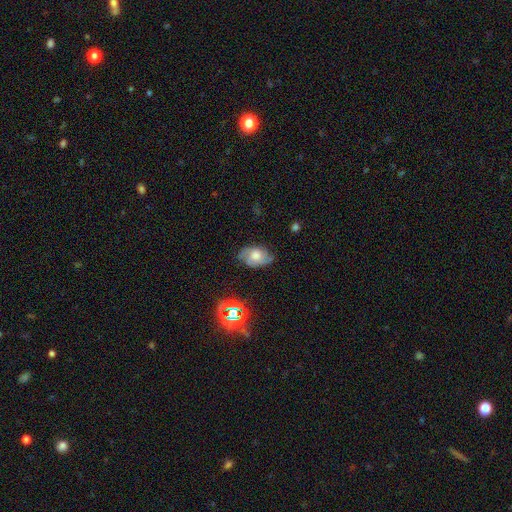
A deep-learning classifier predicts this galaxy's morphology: This is possibly a featured or disk galaxy (57%). It is clearly not viewed edge-on (95%). Bar: likely no (73%). Spiral arm pattern: clearly yes (85%). Central bulge: possibly moderate (46%). Merging: likely none (68%).